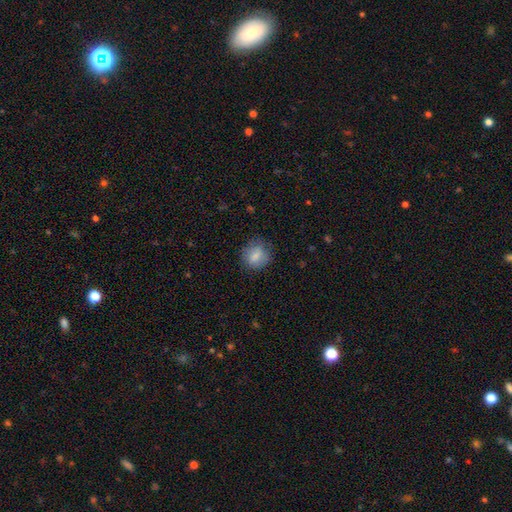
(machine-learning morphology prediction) This is likely a smooth galaxy (79%). How rounded: likely round (72%). Merging: likely none (75%).